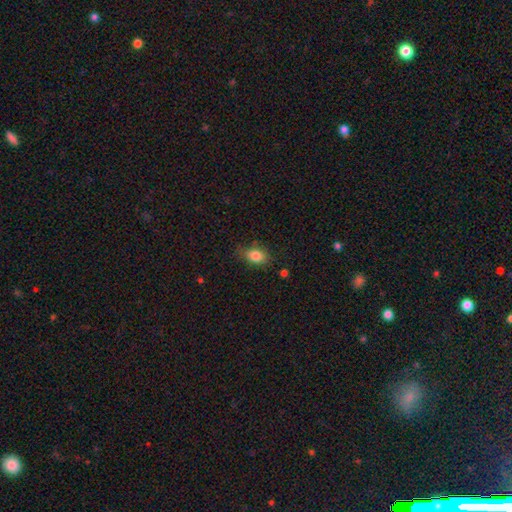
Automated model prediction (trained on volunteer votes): Smooth or featured? smooth (83%)
How rounded? in between (81%)
Merging? none (73%)